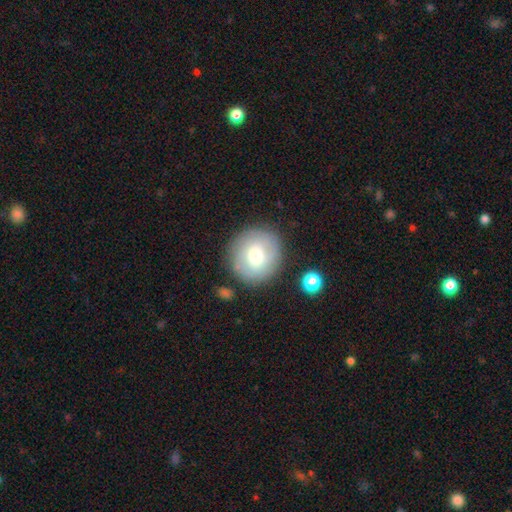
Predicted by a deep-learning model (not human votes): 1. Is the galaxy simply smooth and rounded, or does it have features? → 61% smooth, 31% featured or disk, 8% star or artifact.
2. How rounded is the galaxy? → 90% round, 9% in between, 1% cigar-shaped.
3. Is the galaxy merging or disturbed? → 83% none, 10% minor disturbance, 4% major disturbance, 3% merger.